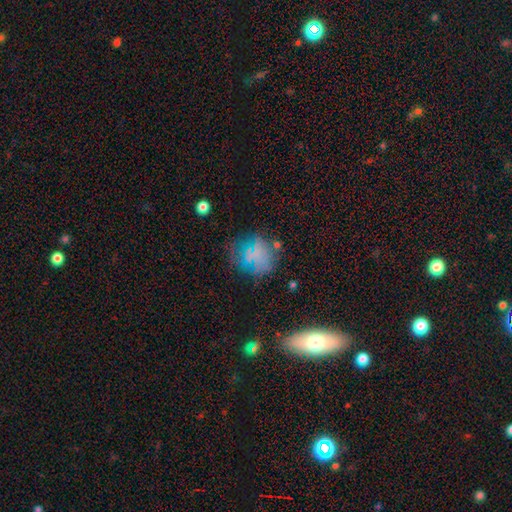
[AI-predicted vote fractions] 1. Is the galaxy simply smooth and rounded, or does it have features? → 55% smooth, 23% featured or disk, 22% star or artifact.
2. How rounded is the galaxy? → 71% round, 27% in between, 2% cigar-shaped.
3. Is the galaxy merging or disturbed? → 59% none, 21% minor disturbance, 14% major disturbance, 6% merger.